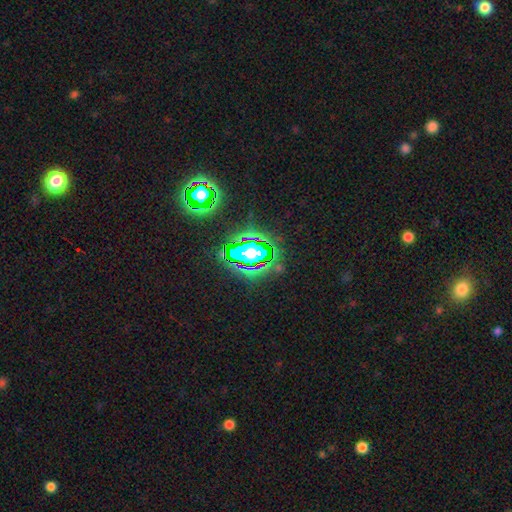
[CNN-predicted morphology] This is possibly a star or artifact rather than a galaxy (59%).